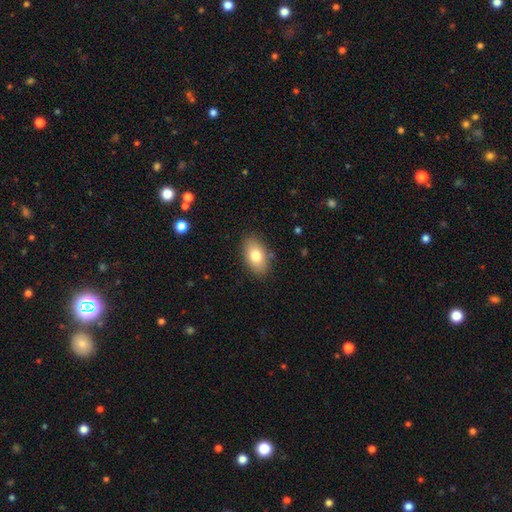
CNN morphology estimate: A smooth galaxy with no disk features (79%) that is in between round and cigar-shaped (91%). Merging: none (86%).